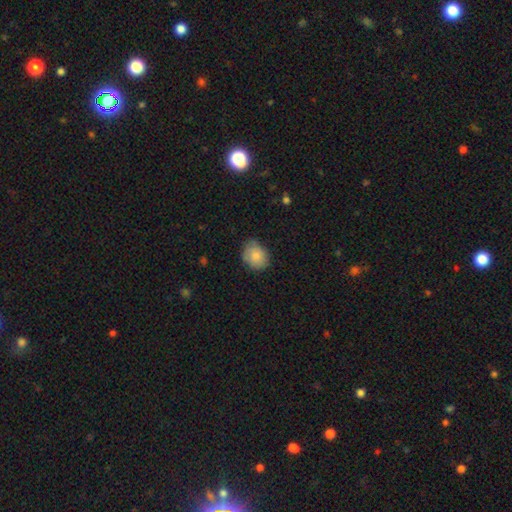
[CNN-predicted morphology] type=smooth (84%); roundness=round (56%); merging=none (71%).